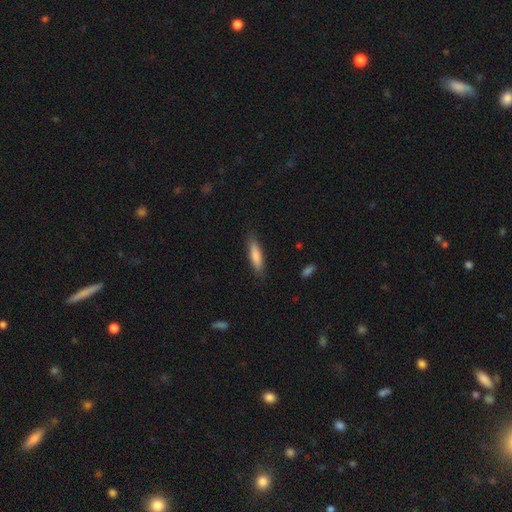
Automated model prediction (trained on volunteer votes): Smooth or featured?
  - smooth: 81% *
  - featured or disk: 13%
  - star or artifact: 6%
How rounded?
  - cigar-shaped: 72% *
  - in between: 26%
  - round: 1%
Merging?
  - none: 85% *
  - minor disturbance: 12%
  - major disturbance: 2%
  - merger: 1%